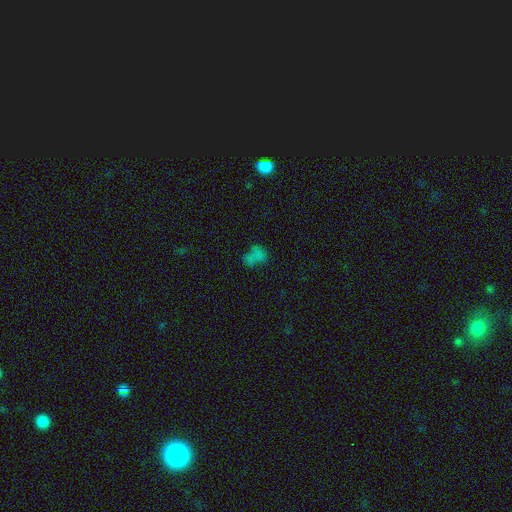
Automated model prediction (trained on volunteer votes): Overall: smooth (59%; star or artifact 27%). How rounded: in between (70%). Merging: none (38%; merger 28%).